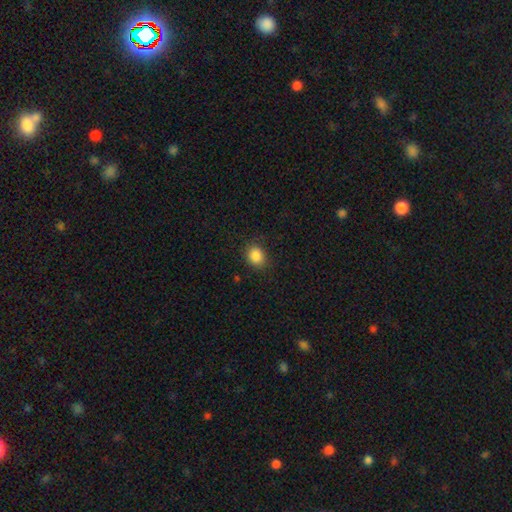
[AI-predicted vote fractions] smooth_or_featured: smooth (p=0.87) [alt: star or artifact p=0.10]
how_rounded: round (p=0.65) [alt: in between p=0.34]
merging: none (p=0.84) [alt: minor disturbance p=0.12]